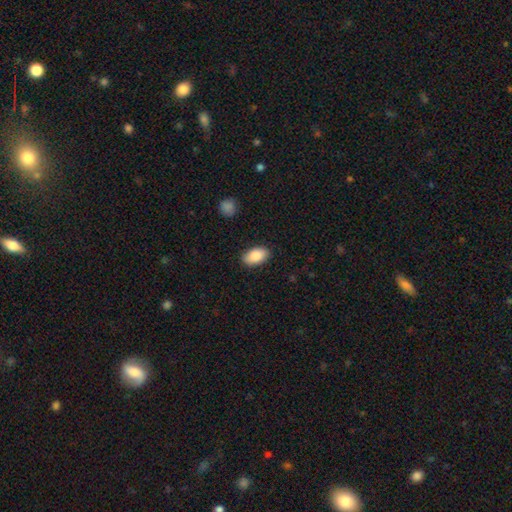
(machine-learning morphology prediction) This appears to be a smooth galaxy with no disk features (89%) that is in between round and cigar-shaped (94%). Merging: none (87%).